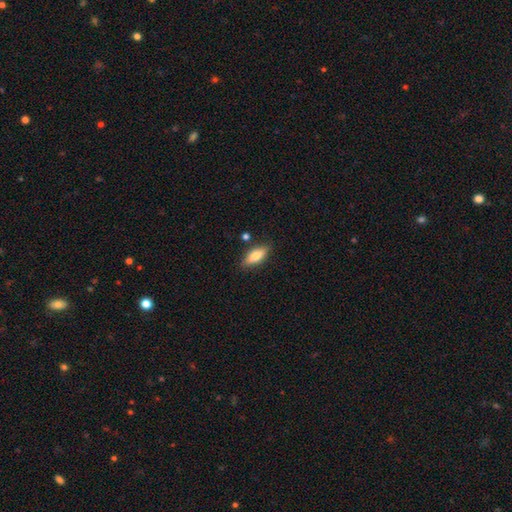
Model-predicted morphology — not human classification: The model was most divided on "how rounded": in between: 68%, cigar-shaped: 29%, round: 3%. More confident: merging — none (81%); smooth or featured — smooth (74%).